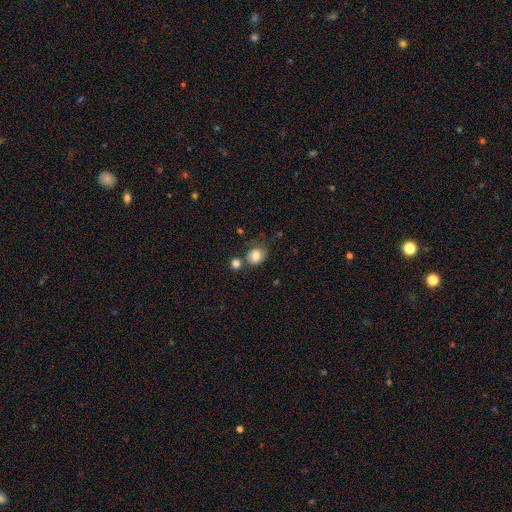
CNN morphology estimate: type=smooth (78%); roundness=round (64%); merging=none (58%).